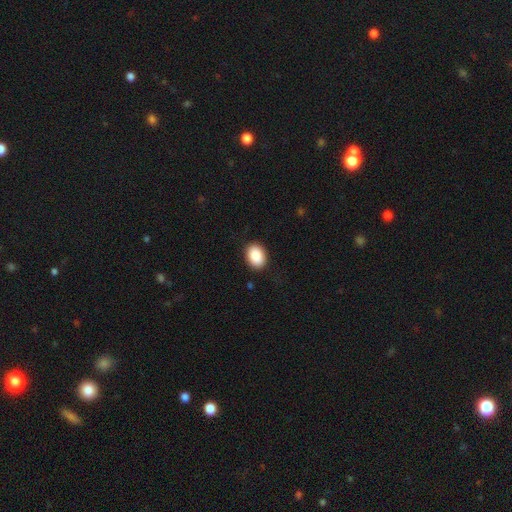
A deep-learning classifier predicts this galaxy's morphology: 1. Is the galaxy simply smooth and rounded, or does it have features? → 89% smooth, 7% star or artifact, 4% featured or disk.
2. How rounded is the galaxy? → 73% in between, 26% round, 1% cigar-shaped.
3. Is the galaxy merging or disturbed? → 88% none, 8% minor disturbance, 2% major disturbance, 1% merger.